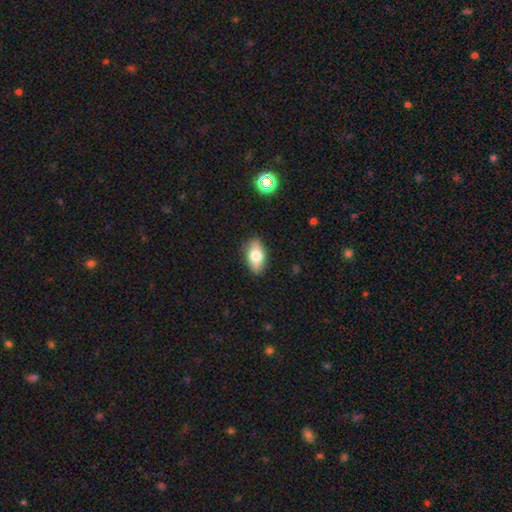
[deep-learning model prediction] smooth-or-featured: smooth: 70% | featured or disk: 22% | star or artifact: 8%
  how-rounded: in between: 89% | cigar-shaped: 6% | round: 5%
  merging: none: 85% | minor disturbance: 11% | major disturbance: 3% | merger: 1%